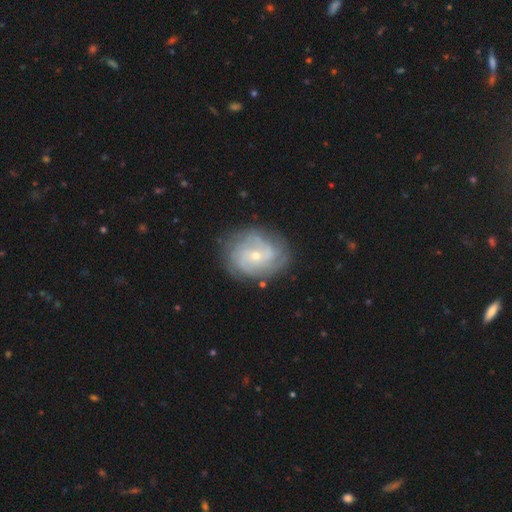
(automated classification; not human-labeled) Smooth or featured? featured or disk (82%)
Edge-on disk? no (97%)
Bar? no (64%)
Spiral arms? yes (95%)
Spiral winding? tight (63%)
Spiral arm count? can't tell (30%)
Bulge size? small (70%)
Merging? none (80%)